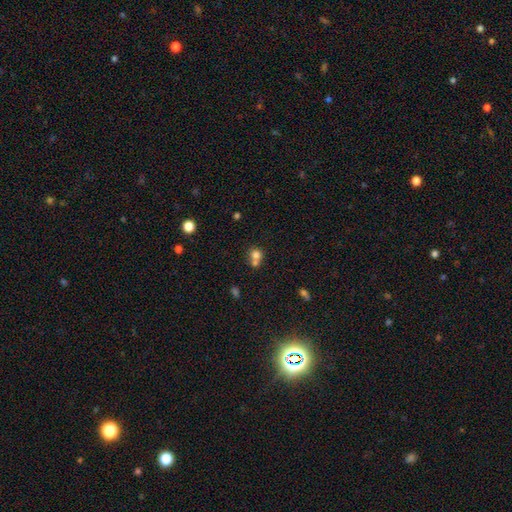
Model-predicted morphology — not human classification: Q: Smooth or featured?
A: smooth (76%); runner-up: star or artifact (13%)
Q: How rounded?
A: round (80%); runner-up: in between (19%)
Q: Merging?
A: merger (53%); runner-up: none (37%)